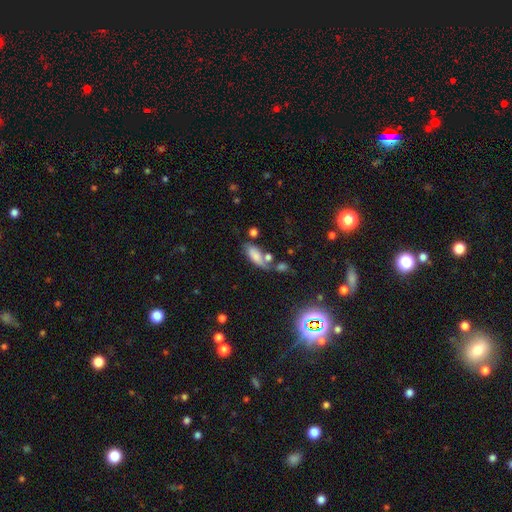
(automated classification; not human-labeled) This is likely a smooth galaxy (74%). How rounded: likely in between (74%). Merging: possibly none (47%).